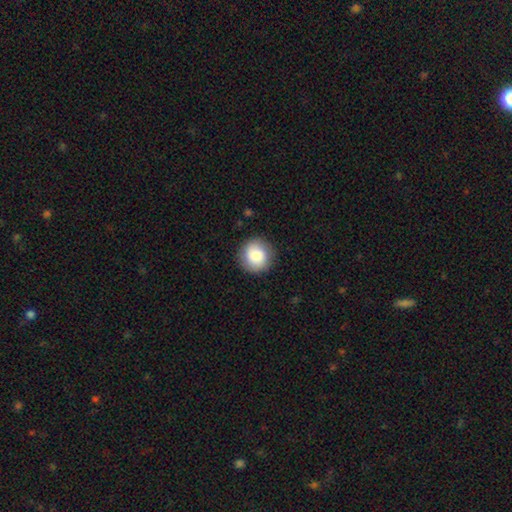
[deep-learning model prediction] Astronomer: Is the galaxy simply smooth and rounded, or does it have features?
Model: smooth — 80%.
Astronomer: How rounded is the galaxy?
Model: round — 92%.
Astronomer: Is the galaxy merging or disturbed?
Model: none — 88%.